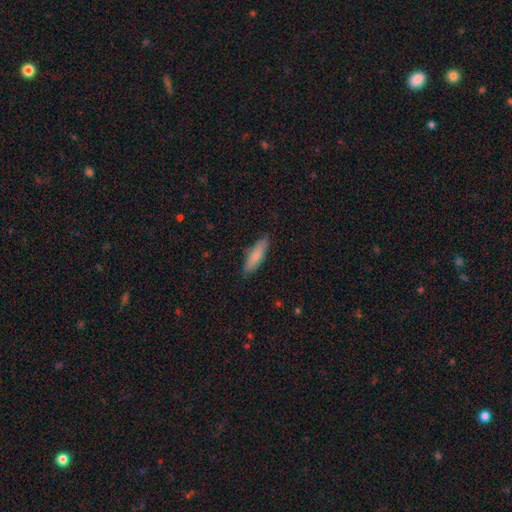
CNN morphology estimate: Smooth or featured: smooth — 80% (featured or disk — 15%)
How rounded: cigar-shaped — 64% (in between — 34%)
Merging: none — 86% (minor disturbance — 11%)